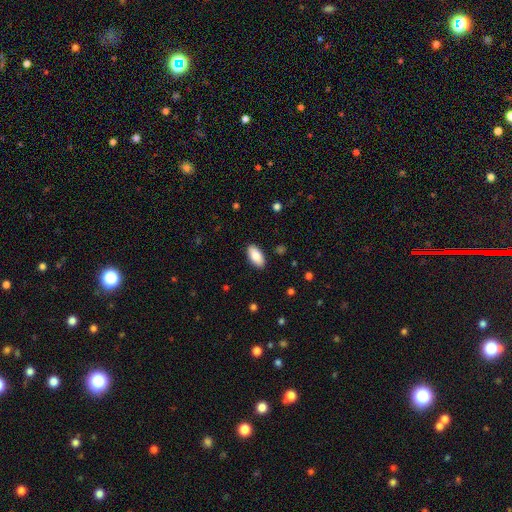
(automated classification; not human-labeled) Overall: smooth (85%). How rounded: in between (93%). Merging: none (89%).